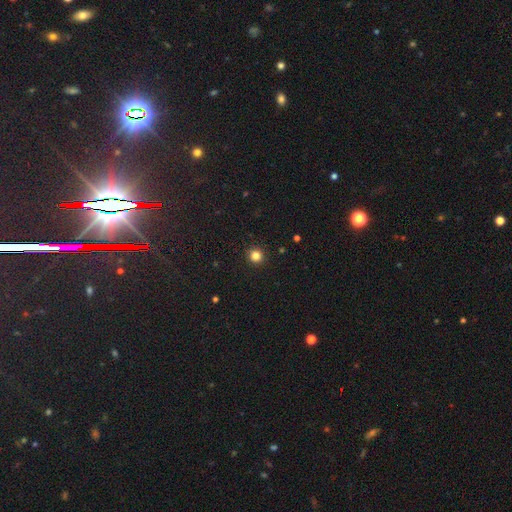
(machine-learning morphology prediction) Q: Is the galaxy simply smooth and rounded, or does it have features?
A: smooth — 83%.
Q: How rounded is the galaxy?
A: round — 95%.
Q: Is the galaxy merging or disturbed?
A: none — 93%.